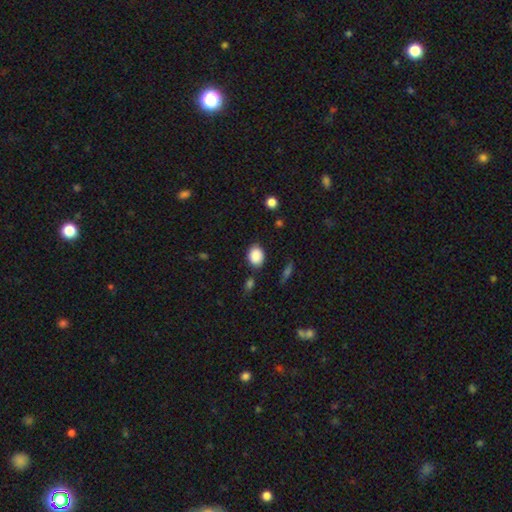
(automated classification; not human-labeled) Smooth or featured? Predicted: smooth (p=0.87). How rounded? Predicted: in between (p=0.62). Merging? Predicted: none (p=0.76).